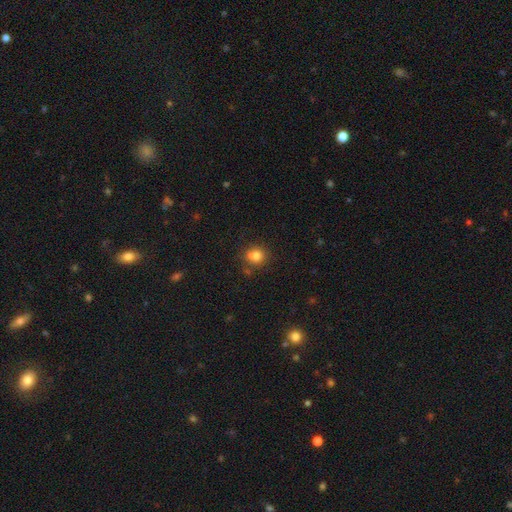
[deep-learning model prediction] smooth_or_featured: smooth (p=0.79) [alt: star or artifact p=0.12]
how_rounded: round (p=0.80) [alt: in between p=0.19]
merging: none (p=0.65) [alt: merger p=0.15]